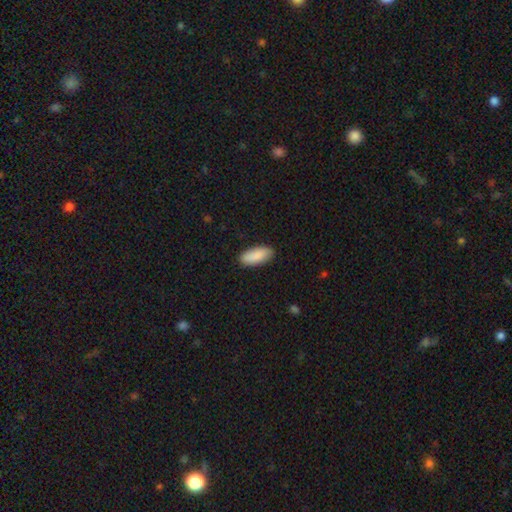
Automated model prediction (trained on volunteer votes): Smooth or featured? smooth (90%)
How rounded? in between (83%)
Merging? none (88%)